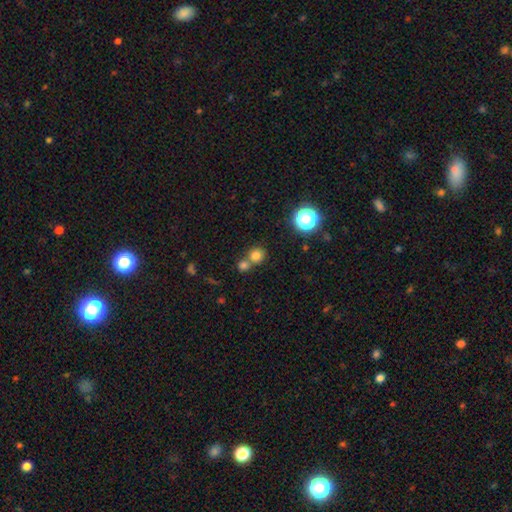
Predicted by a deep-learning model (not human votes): This is likely a smooth galaxy (77%). How rounded: clearly round (87%). Merging: possibly none (55%).